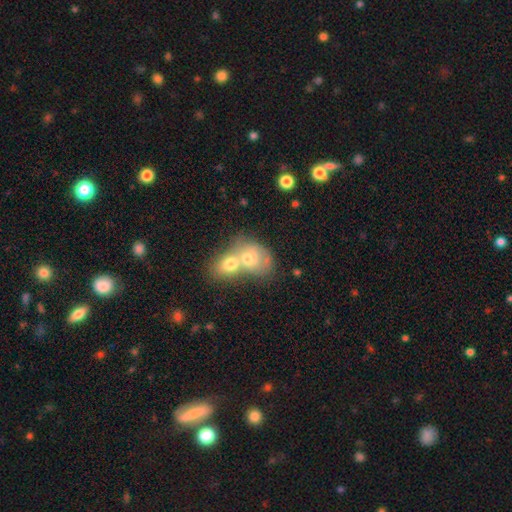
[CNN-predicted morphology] Overall: smooth (60%; featured or disk 31%). How rounded: in between (58%; round 40%). Merging: merger (75%).